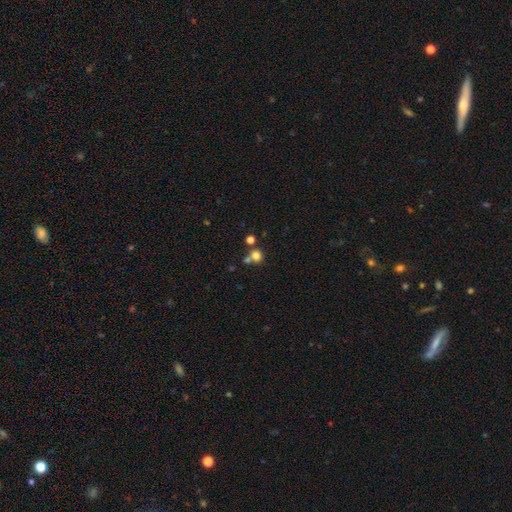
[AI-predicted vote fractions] This is likely a smooth galaxy (77%). How rounded: clearly round (87%). Merging: possibly none (55%).